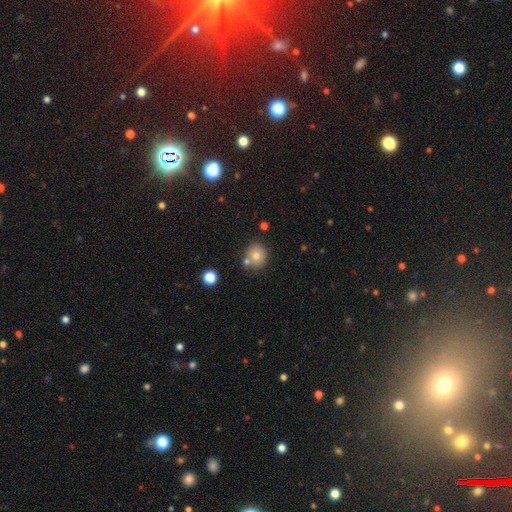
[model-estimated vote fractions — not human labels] This appears to be a smooth galaxy with no disk features (76%) that is round (86%). Merging: none (68%).